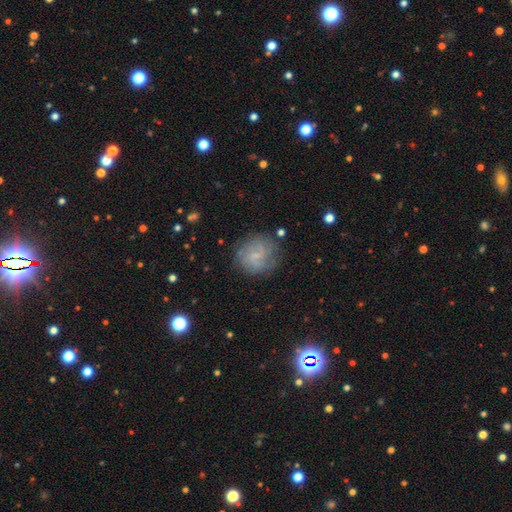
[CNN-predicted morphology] Smooth or featured?
  - featured or disk: 57% *
  - smooth: 33%
  - star or artifact: 10%
Edge-on disk?
  - no: 98% *
  - yes: 2%
Bar?
  - weak: 50% *
  - no: 41%
  - strong: 9%
Spiral arms?
  - yes: 85% *
  - no: 15%
Bulge size?
  - small: 59% *
  - none: 29%
  - moderate: 10%
  - large: 1%
  - dominant: 1%
Merging?
  - none: 75% *
  - minor disturbance: 16%
  - major disturbance: 7%
  - merger: 2%